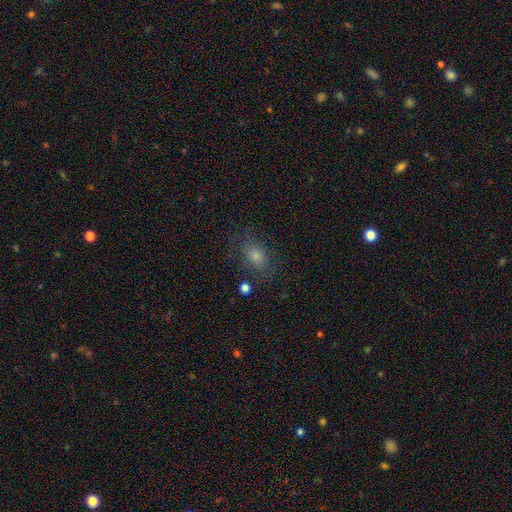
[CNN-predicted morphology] This appears to be a smooth galaxy with no disk features (60%) that is in between round and cigar-shaped (63%). Merging: none (74%).